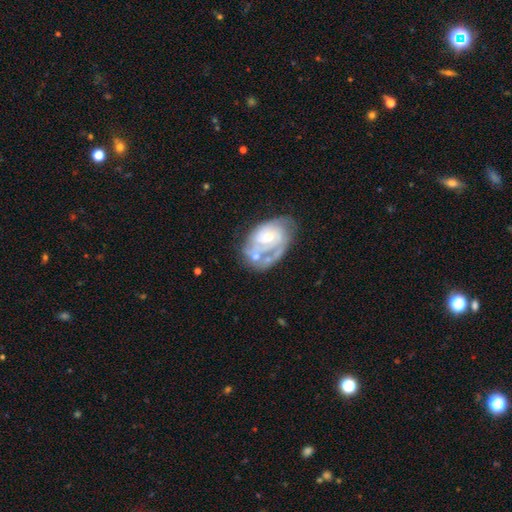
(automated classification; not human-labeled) A featured or disk galaxy (74%) with no bar (71%), tight (55%) spiral arms (77%) and a moderate central bulge (47%).

Vote fractions:
- Smooth or featured? featured or disk: 74% / smooth: 20% / star or artifact: 6%
- Edge-on disk? no: 97% / yes: 3%
- Bar? no: 71% / weak: 25% / strong: 4%
- Spiral arms? yes: 77% / no: 23%
- Spiral winding? tight: 55% / medium: 31% / loose: 14%
- Spiral arm count? can't tell: 36% / 2: 25% / 1: 22% / 3: 11% / 4: 3% / more than 4: 3%
- Bulge size? moderate: 47% / small: 43% / large: 4% / none: 4% / dominant: 1%
- Merging? none: 39% / minor disturbance: 23% / major disturbance: 22% / merger: 16%